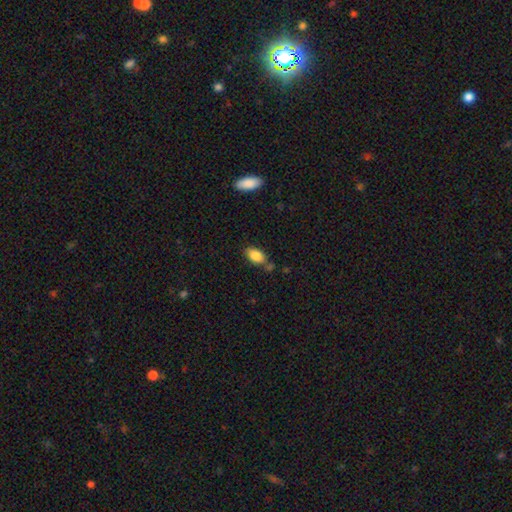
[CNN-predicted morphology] Overall: smooth (86%). How rounded: in between (90%). Merging: none (68%).